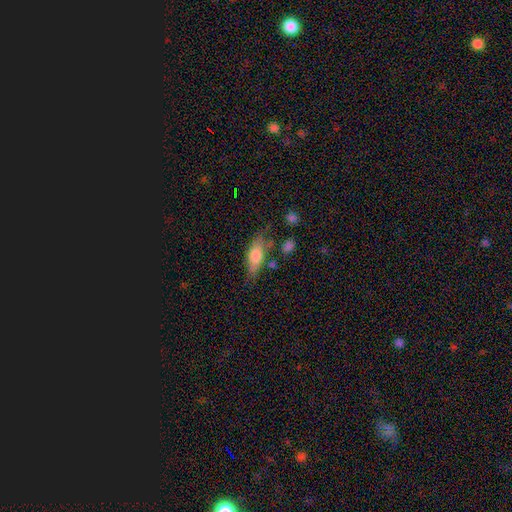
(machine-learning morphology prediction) smooth 69%, featured or disk 24%, star or artifact 7%. Down the decision tree: how rounded — in between (68%); merging — none (60%).